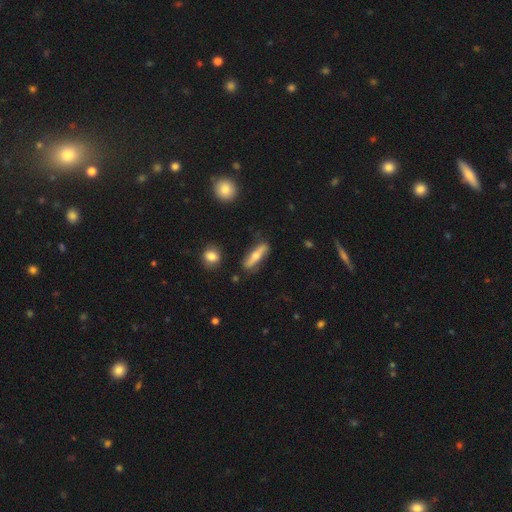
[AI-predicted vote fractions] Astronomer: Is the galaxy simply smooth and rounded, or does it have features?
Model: featured or disk — 52% (runner-up: smooth, 42%).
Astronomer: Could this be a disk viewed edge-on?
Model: yes — 77%.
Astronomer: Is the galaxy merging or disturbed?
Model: none — 81%.